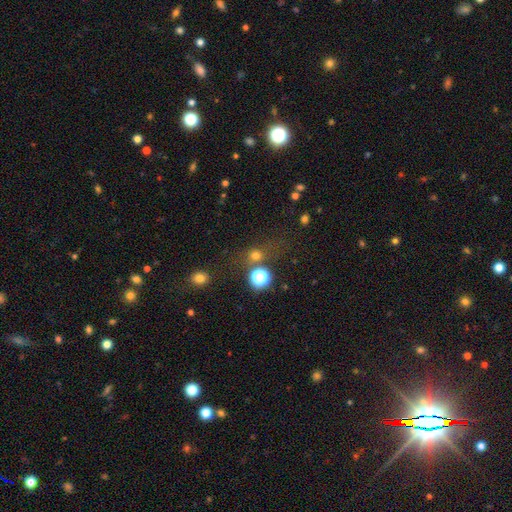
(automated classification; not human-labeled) smooth-or-featured: smooth: 66% | star or artifact: 27% | featured or disk: 7%
  how-rounded: round: 84% | in between: 14% | cigar-shaped: 1%
  merging: none: 68% | merger: 14% | minor disturbance: 11% | major disturbance: 7%